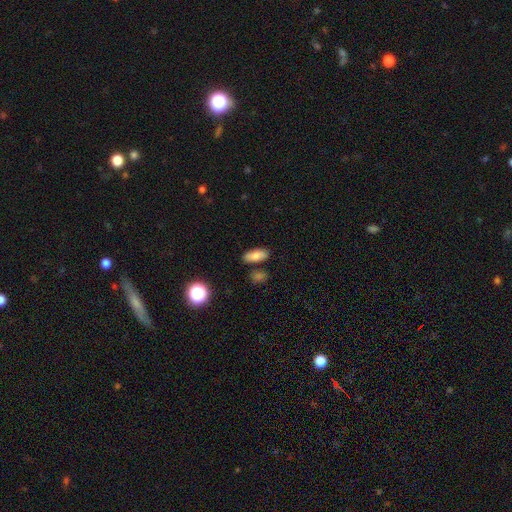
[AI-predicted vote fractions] This is clearly a smooth galaxy (81%). How rounded: clearly in between (80%). Merging: likely none (78%).